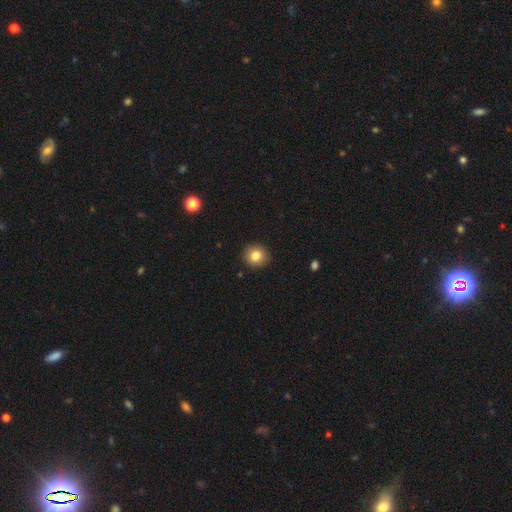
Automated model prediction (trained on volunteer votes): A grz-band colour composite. It shows a smooth galaxy with no disk features (83%) that is round (90%). Merging: none (92%).